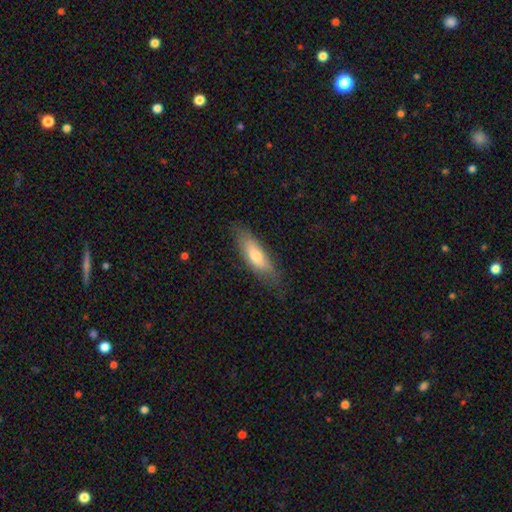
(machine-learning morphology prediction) smooth 68%, featured or disk 26%, star or artifact 6%. Down the decision tree: how rounded — in between (53%); merging — none (74%).